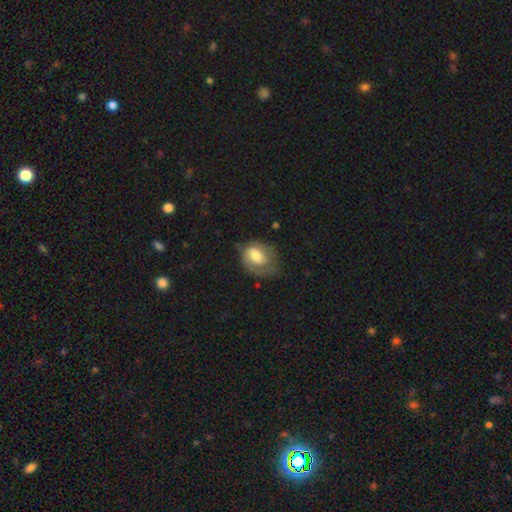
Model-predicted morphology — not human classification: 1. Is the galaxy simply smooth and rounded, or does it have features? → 48% featured or disk, 45% smooth, 7% star or artifact.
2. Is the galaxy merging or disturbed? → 48% none, 30% minor disturbance, 21% major disturbance, 2% merger.